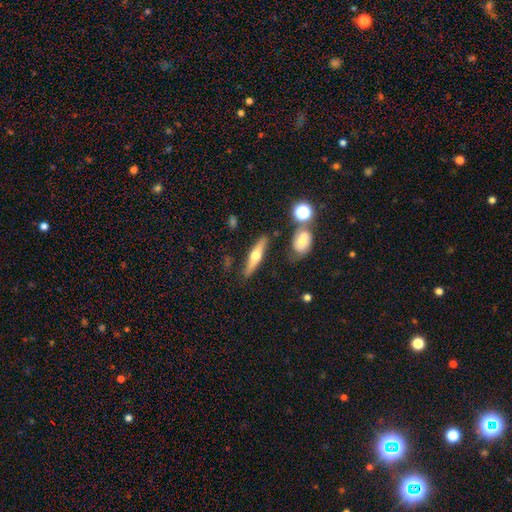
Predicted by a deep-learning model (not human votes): featured or disk 58%, smooth 36%, star or artifact 7%. Down the decision tree: edge-on disk — yes (93%); edge-on bulge — rounded (94%); merging — none (81%).